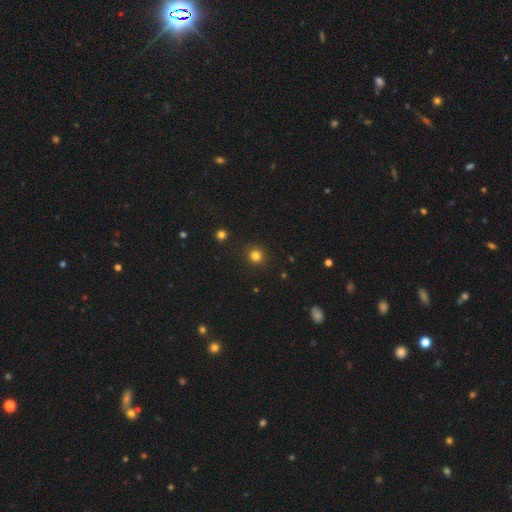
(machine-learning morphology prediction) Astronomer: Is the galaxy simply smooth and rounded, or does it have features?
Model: smooth — 81%.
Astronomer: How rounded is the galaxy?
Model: round — 93%.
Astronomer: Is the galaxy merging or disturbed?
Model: none — 92%.